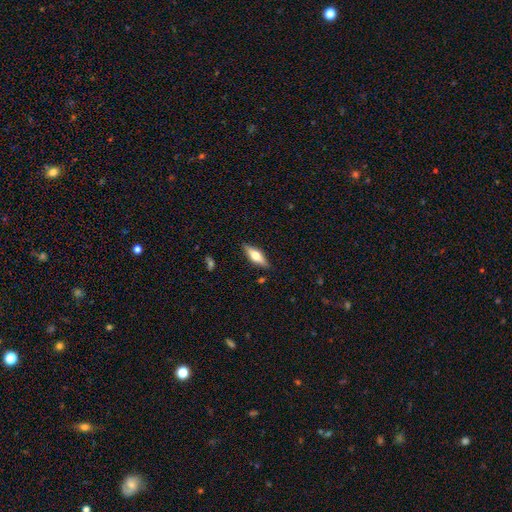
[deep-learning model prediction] Smooth or featured: featured or disk — 48% (smooth — 45%)
Merging: none — 87% (minor disturbance — 10%)